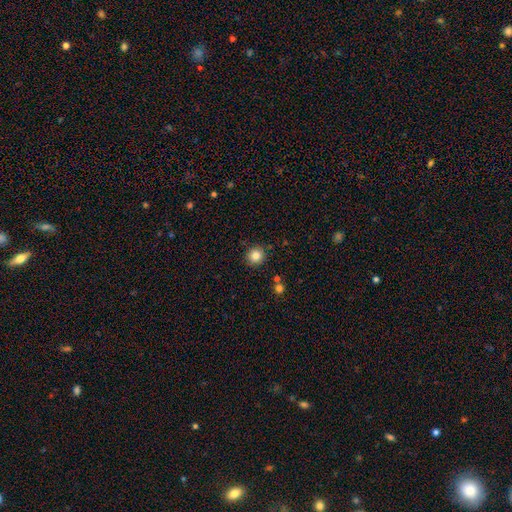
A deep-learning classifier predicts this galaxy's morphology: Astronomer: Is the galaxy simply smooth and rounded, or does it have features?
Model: smooth — 83%.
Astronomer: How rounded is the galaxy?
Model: round — 90%.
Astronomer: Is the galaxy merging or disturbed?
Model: none — 88%.